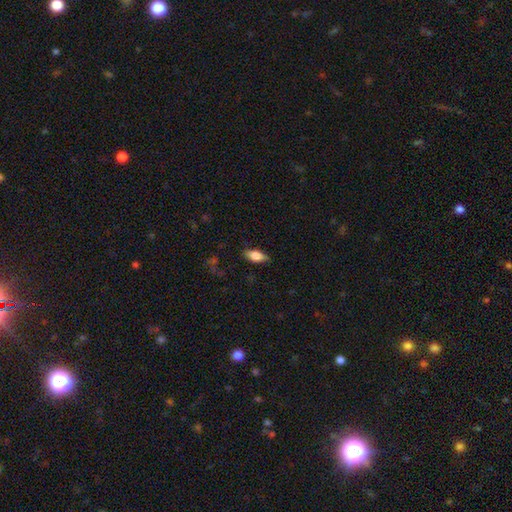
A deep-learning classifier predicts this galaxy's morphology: Smooth or featured? Predicted: smooth (p=0.77). How rounded? Predicted: in between (p=0.83). Merging? Predicted: none (p=0.82).